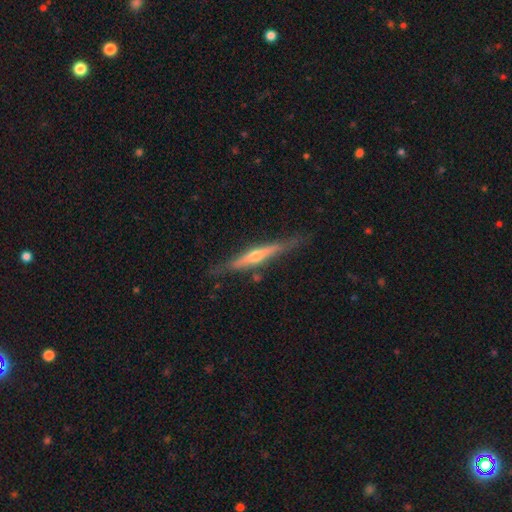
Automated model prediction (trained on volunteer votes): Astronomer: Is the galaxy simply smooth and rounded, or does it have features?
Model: featured or disk — 74%.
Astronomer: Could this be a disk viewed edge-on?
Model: yes — 96%.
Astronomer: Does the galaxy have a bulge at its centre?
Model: rounded — 85%.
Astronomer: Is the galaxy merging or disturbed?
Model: none — 80%.